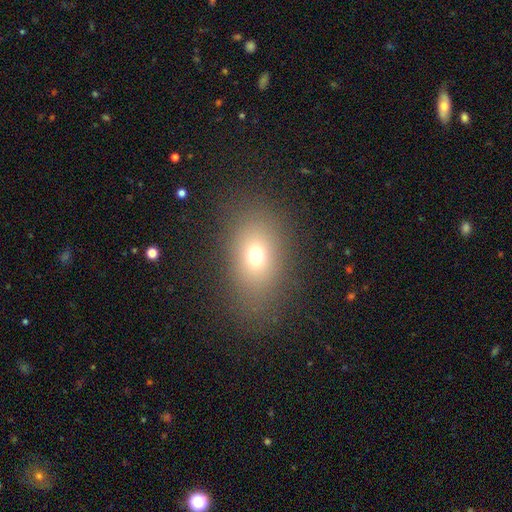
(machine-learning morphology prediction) smooth 70%, star or artifact 17%, featured or disk 14%. Down the decision tree: how rounded — in between (73%); merging — none (80%).